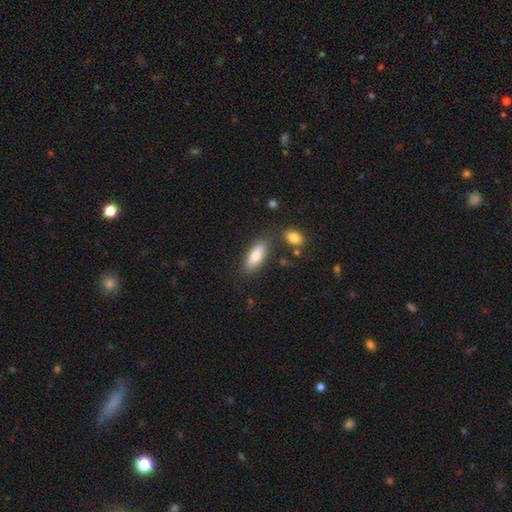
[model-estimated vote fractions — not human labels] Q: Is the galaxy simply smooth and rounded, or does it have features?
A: smooth — 77%.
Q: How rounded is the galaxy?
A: in between — 69%.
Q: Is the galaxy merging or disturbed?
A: none — 78%.